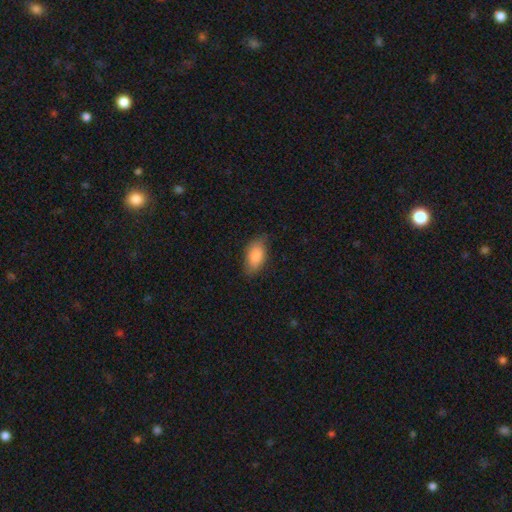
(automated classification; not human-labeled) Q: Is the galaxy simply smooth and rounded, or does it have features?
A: smooth — 86%.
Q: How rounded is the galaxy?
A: in between — 92%.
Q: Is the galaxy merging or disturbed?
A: none — 78%.